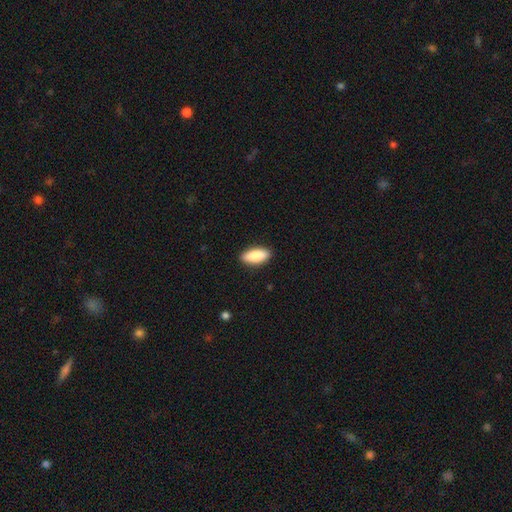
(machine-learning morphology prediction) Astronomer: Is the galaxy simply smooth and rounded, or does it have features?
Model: smooth — 86%.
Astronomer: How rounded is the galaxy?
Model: in between — 82%.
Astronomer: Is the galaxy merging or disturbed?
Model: none — 90%.